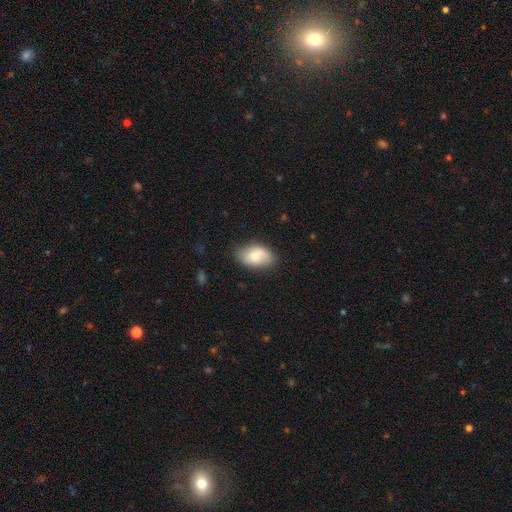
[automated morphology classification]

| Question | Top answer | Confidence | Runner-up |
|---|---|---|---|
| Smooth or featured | smooth | 76% | featured or disk (17%) |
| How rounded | in between | 92% | round (7%) |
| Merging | none | 73% | minor disturbance (20%) |